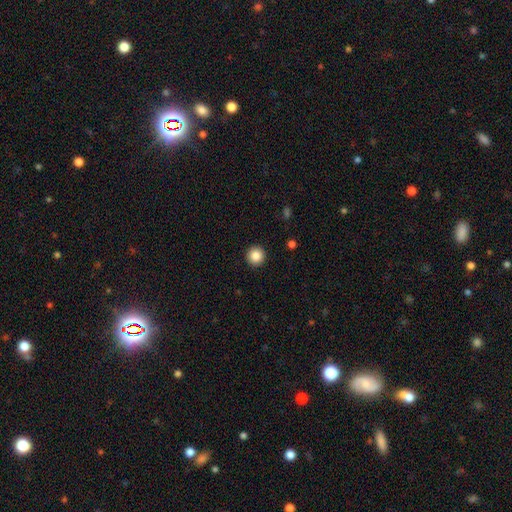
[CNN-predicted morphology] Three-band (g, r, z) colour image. It shows a smooth galaxy with no disk features (86%) that is round (95%). Merging: none (93%).